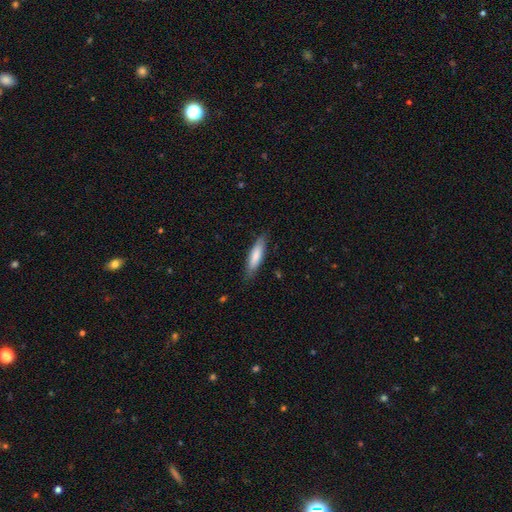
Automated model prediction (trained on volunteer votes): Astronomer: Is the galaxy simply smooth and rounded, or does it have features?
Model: smooth — 78%.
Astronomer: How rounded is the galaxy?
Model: cigar-shaped — 69%.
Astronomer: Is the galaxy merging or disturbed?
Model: none — 83%.